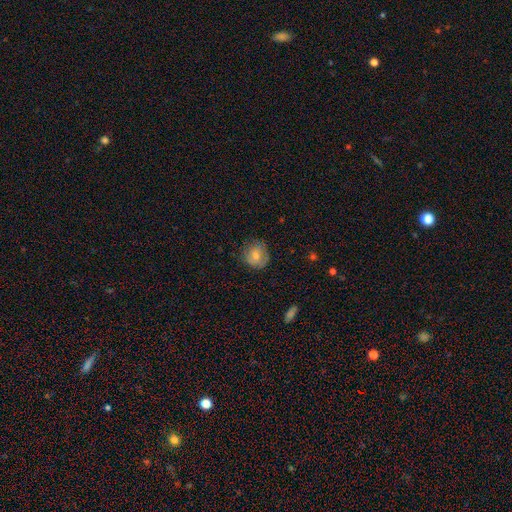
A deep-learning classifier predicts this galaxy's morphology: Smooth or featured: smooth — 73% (featured or disk — 19%)
How rounded: round — 84% (in between — 15%)
Merging: none — 75% (minor disturbance — 19%)